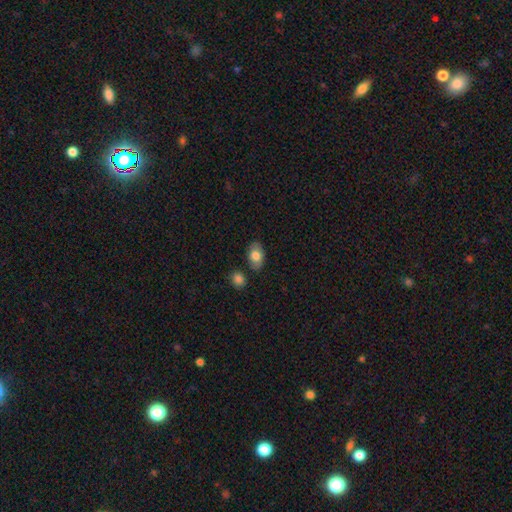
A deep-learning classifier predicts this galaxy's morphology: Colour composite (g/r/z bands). It shows a smooth galaxy with no disk features (78%) that is in between round and cigar-shaped (90%). Merging: none (81%).